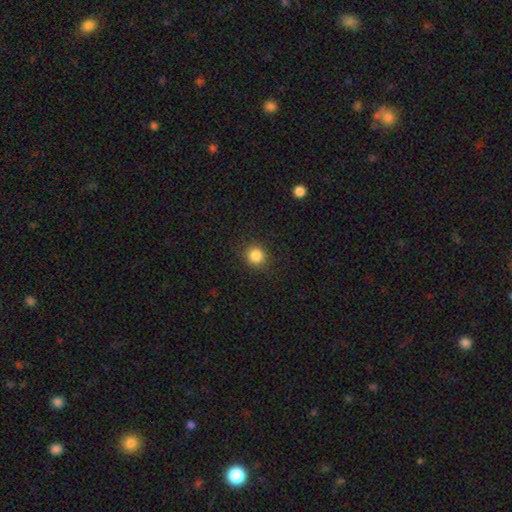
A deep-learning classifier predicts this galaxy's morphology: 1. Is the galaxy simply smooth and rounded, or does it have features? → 86% smooth, 11% star or artifact, 4% featured or disk.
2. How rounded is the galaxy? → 89% round, 10% in between, 1% cigar-shaped.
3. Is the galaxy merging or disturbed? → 89% none, 7% minor disturbance, 2% major disturbance, 1% merger.